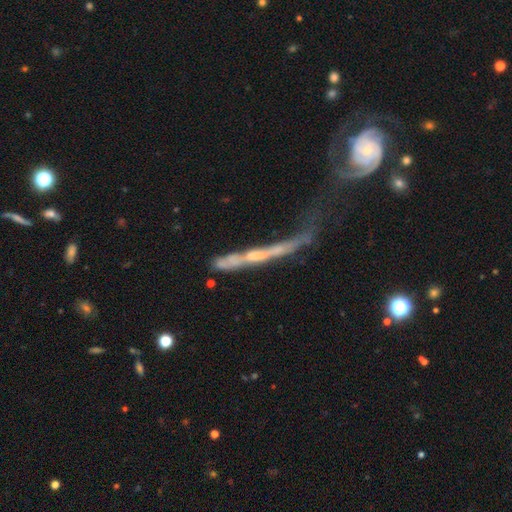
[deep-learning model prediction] A featured or disk galaxy (69%) viewed edge-on (61%). Merging: major disturbance (33%).